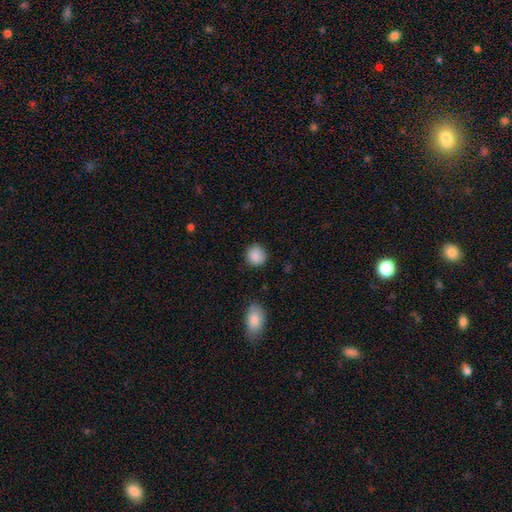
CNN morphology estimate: The model was most divided on "merging": none: 84%, minor disturbance: 12%, major disturbance: 3%, merger: 2%. More confident: smooth or featured — smooth (88%); how rounded — round (87%).